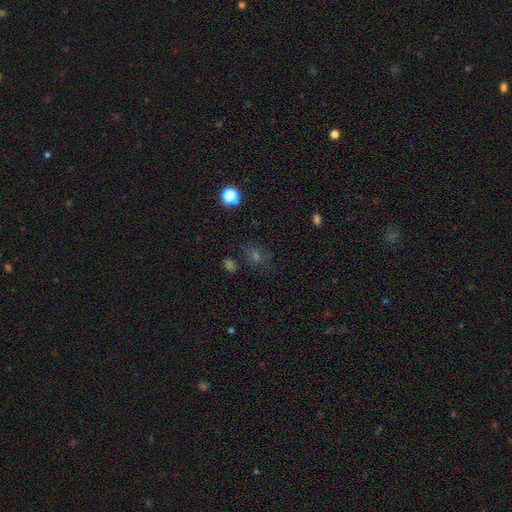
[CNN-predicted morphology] Smooth or featured? Predicted: star or artifact (p=0.43).